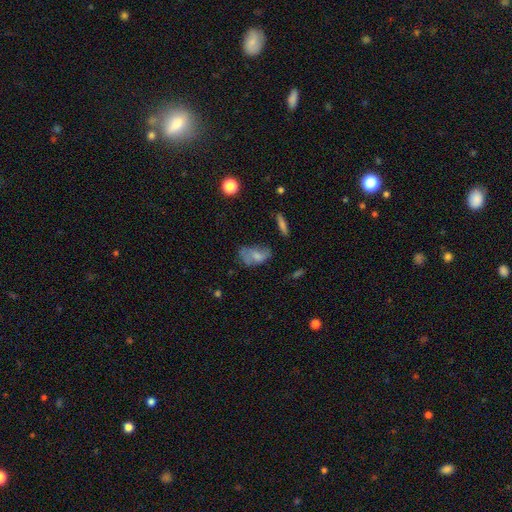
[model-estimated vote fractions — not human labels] smooth_or_featured: smooth (p=0.60) [alt: featured or disk p=0.31]
how_rounded: in between (p=0.88) [alt: round p=0.08]
merging: none (p=0.41) [alt: minor disturbance p=0.31]